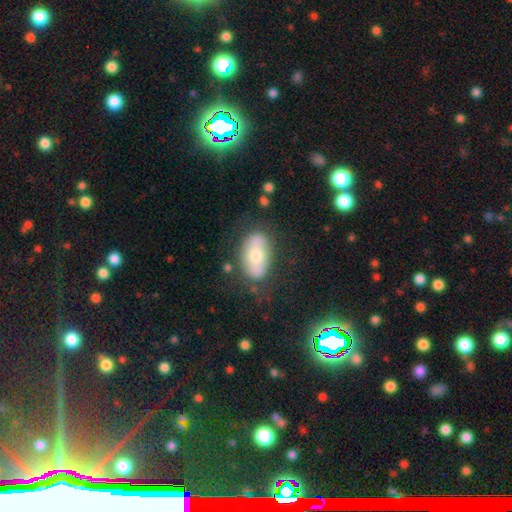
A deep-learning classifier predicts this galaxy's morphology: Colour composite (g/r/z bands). It shows a smooth galaxy with no disk features (55%) that is in between round and cigar-shaped (90%). Merging: none (72%).